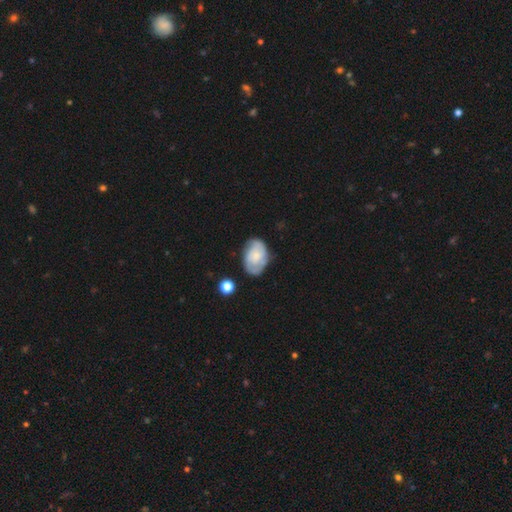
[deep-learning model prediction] Smooth or featured? featured or disk (57%)
Edge-on disk? no (97%)
Bar? no (70%)
Spiral arms? yes (84%)
Bulge size? small (45%)
Merging? none (65%)